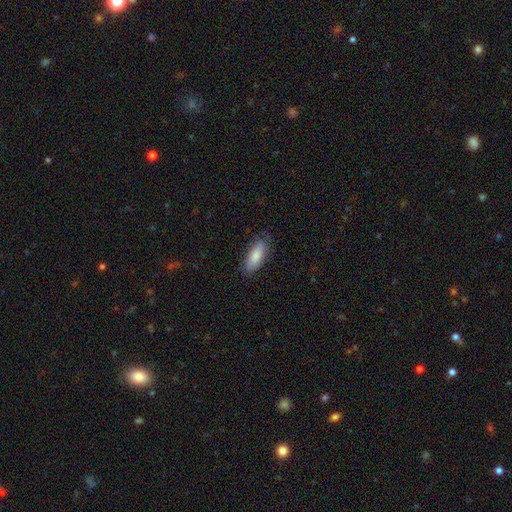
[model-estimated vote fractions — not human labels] Smooth or featured? Predicted: smooth (p=0.83). How rounded? Predicted: in between (p=0.79). Merging? Predicted: none (p=0.79).